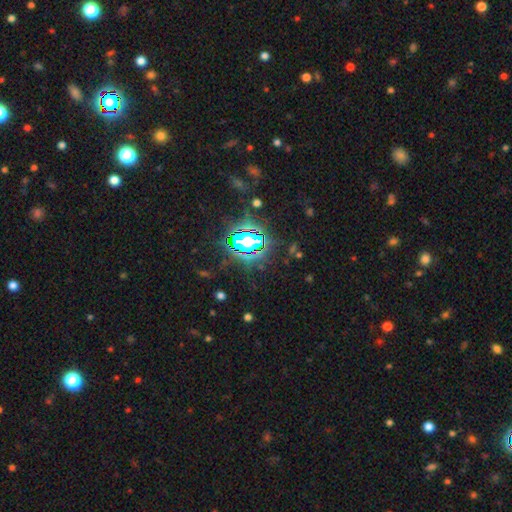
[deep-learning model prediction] This appears to be a star or artifact, not a galaxy (83%).